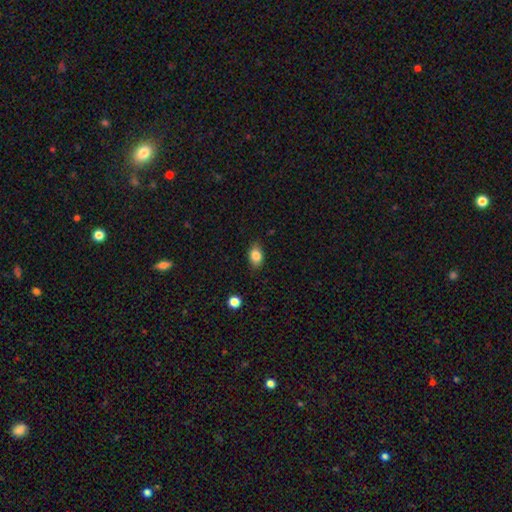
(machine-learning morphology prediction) Smooth or featured: smooth — 84% (star or artifact — 9%)
How rounded: in between — 79% (round — 19%)
Merging: none — 81% (minor disturbance — 15%)